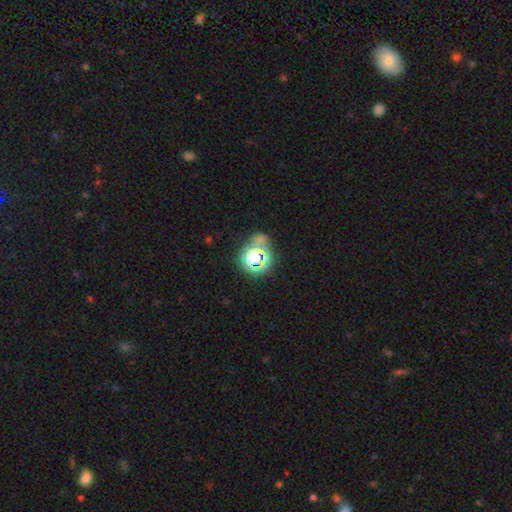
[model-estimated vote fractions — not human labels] Morphology: type=star or artifact (51%).